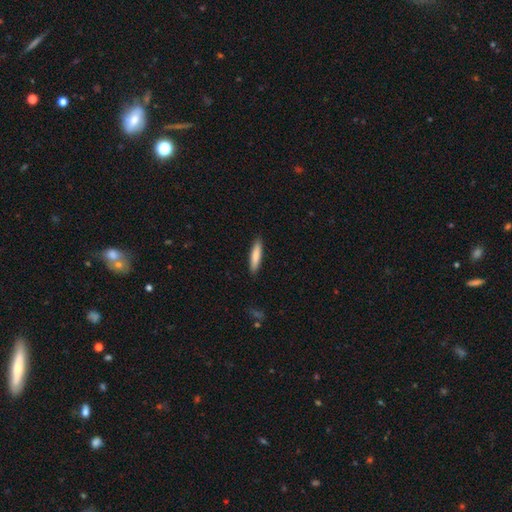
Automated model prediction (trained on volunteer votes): Morphology: type=smooth (83%); roundness=cigar-shaped (84%); merging=none (90%).